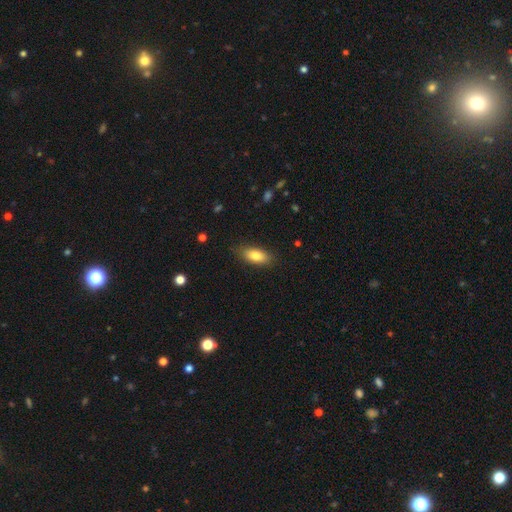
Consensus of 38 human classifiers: This appears to be a smooth galaxy with no disk features (79%) that is in between round and cigar-shaped (73%). Merging: none (77%).